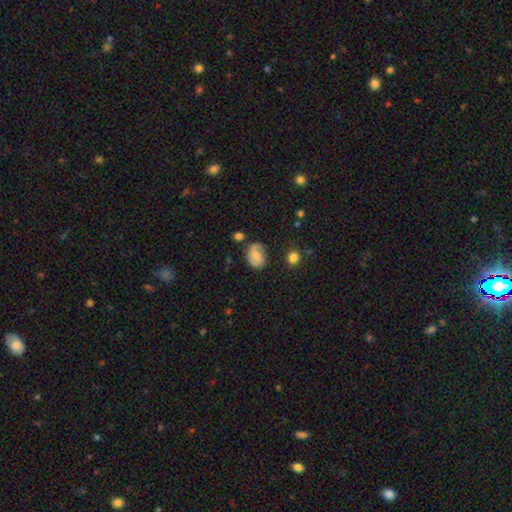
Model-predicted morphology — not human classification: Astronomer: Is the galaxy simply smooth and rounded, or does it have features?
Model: smooth — 58% (runner-up: featured or disk, 34%).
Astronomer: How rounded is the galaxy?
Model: in between — 70%.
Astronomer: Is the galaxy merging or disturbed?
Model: none — 56%.